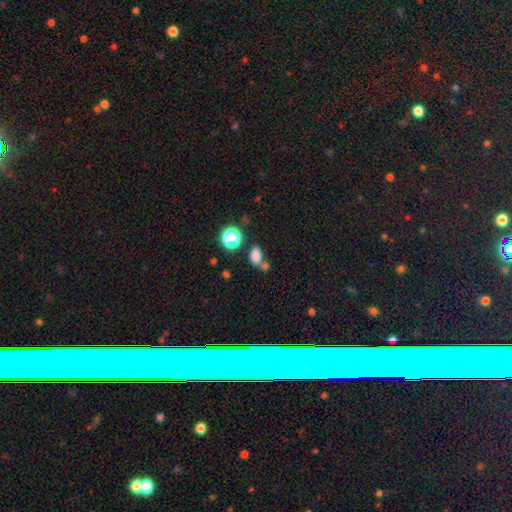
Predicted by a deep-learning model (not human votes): Overall: smooth (79%). How rounded: in between (77%). Merging: none (55%; merger 28%).